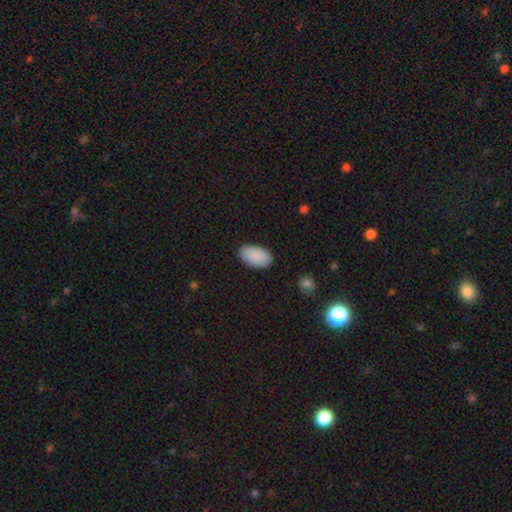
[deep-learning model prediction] smooth 90%, star or artifact 6%, featured or disk 3%. Down the decision tree: how rounded — in between (96%); merging — none (87%).